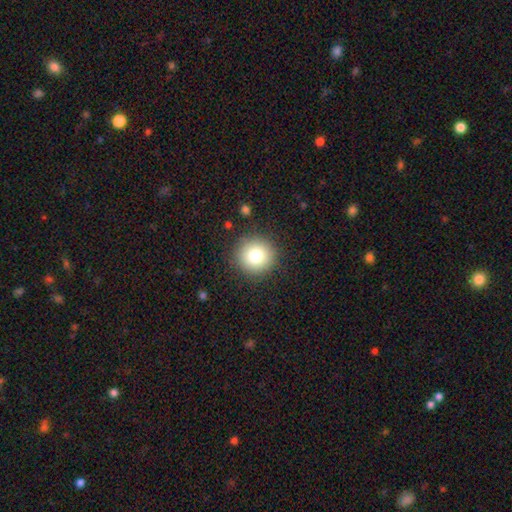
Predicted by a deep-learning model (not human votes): This is likely a smooth galaxy (80%). How rounded: clearly round (94%). Merging: clearly none (89%).